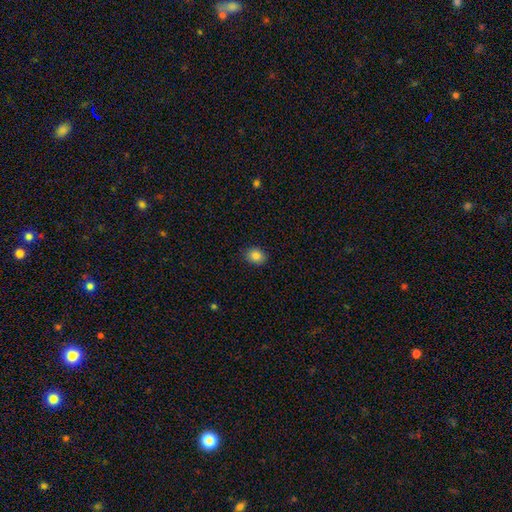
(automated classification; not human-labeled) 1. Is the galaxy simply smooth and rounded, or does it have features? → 84% smooth, 9% star or artifact, 6% featured or disk.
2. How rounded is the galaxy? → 53% round, 46% in between, 1% cigar-shaped.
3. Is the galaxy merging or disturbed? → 89% none, 8% minor disturbance, 2% major disturbance, 1% merger.